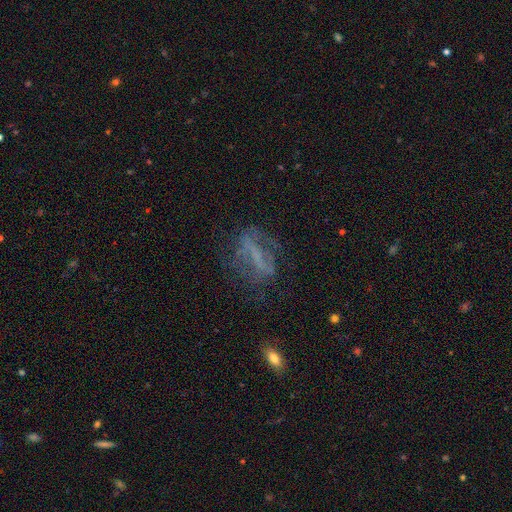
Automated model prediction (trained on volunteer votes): Overall: featured or disk (55%; smooth 26%). Edge-on disk: no (83%). Merging: none (56%; major disturbance 22%).